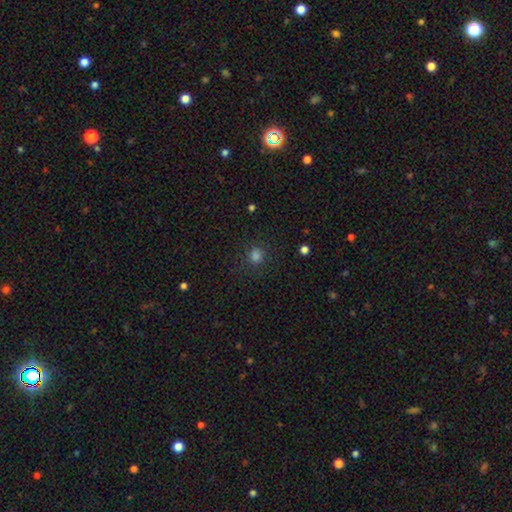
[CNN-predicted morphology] Q: Smooth or featured?
A: smooth (79%); runner-up: star or artifact (17%)
Q: How rounded?
A: round (86%); runner-up: in between (13%)
Q: Merging?
A: none (86%); runner-up: minor disturbance (9%)